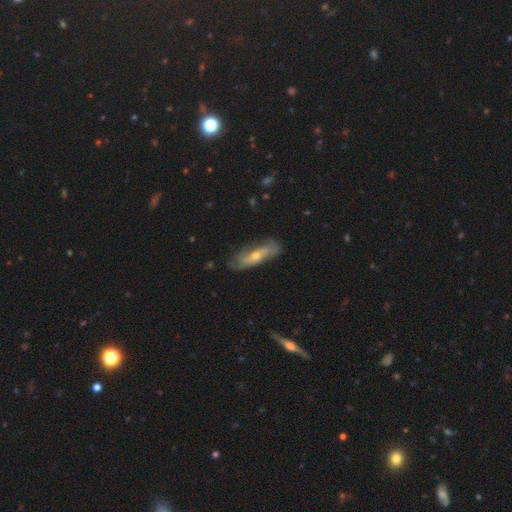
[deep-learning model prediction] A featured or disk galaxy (61%). Merging: none (66%).